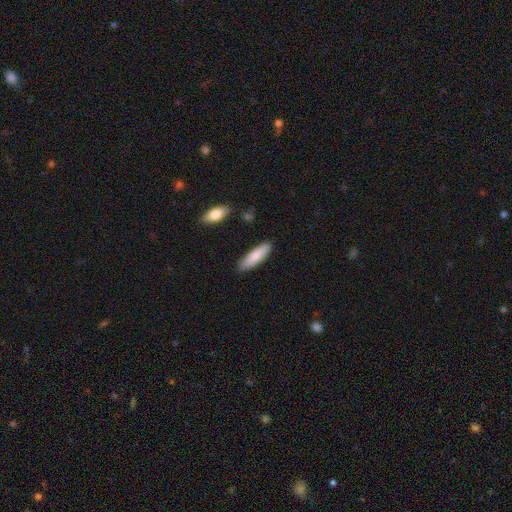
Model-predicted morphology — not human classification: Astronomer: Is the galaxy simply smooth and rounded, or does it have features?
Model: smooth — 83%.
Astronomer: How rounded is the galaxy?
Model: cigar-shaped — 59% (runner-up: in between, 39%).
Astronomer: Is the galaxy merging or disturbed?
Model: none — 87%.